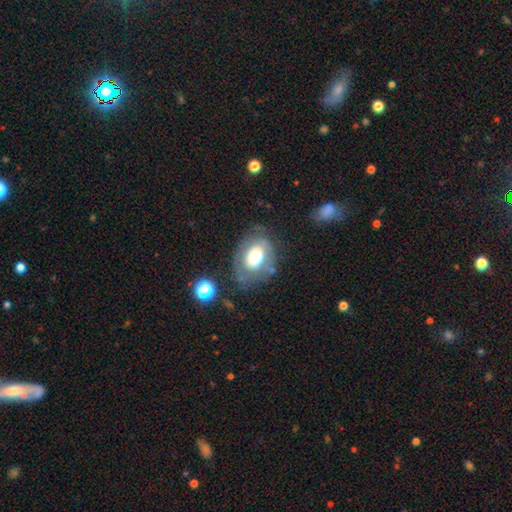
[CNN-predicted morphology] smooth_or_featured: smooth (p=0.58) [alt: featured or disk p=0.33]
how_rounded: in between (p=0.72) [alt: round p=0.27]
merging: none (p=0.61) [alt: minor disturbance p=0.23]